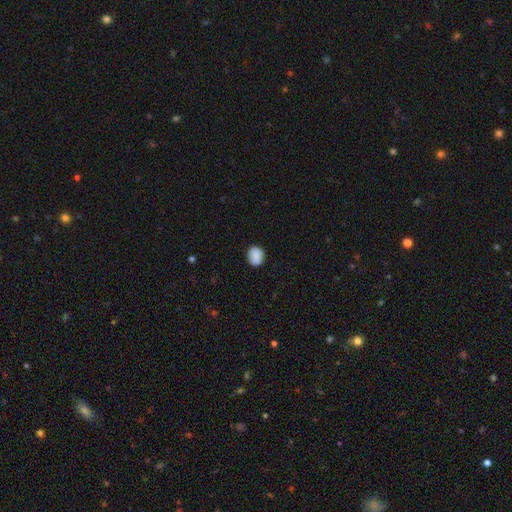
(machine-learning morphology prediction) This appears to be a smooth galaxy with no disk features (79%) that is round (63%). Merging: none (84%).